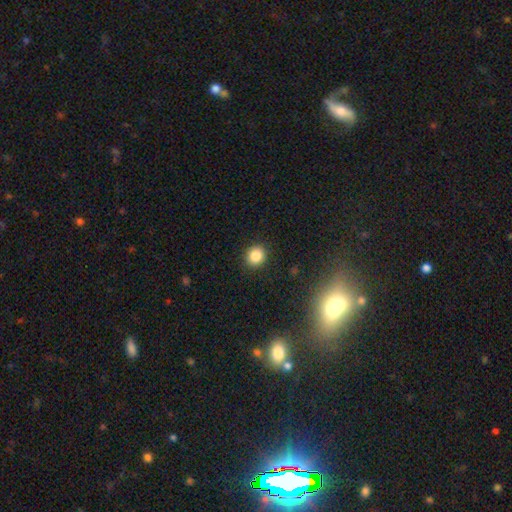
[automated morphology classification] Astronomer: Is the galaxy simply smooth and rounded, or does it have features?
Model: smooth — 84%.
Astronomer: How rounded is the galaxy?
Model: round — 81%.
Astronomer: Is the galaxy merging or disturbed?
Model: none — 90%.